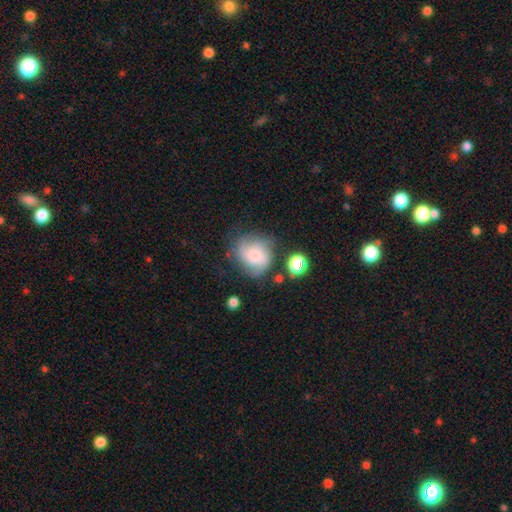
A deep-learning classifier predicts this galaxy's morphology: type=featured or disk (51%); edge-on=no (97%); merging=none (58%).